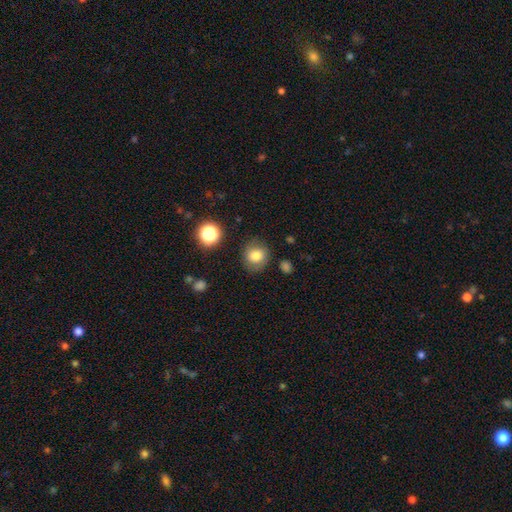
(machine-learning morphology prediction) smooth_or_featured: smooth (p=0.78) [alt: star or artifact p=0.11]
how_rounded: round (p=0.79) [alt: in between p=0.20]
merging: none (p=0.80) [alt: minor disturbance p=0.13]